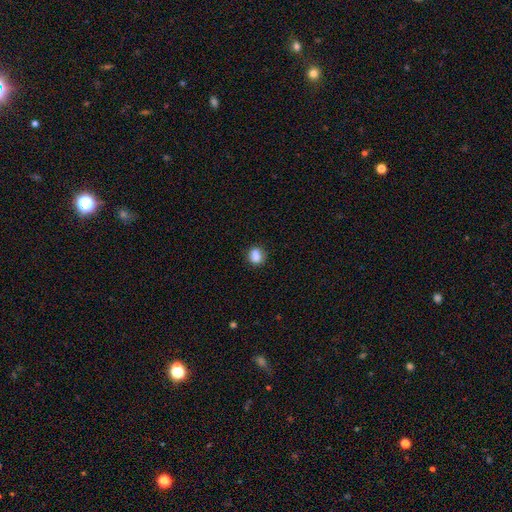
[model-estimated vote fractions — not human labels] Smooth or featured?
  - smooth: 83% *
  - star or artifact: 9%
  - featured or disk: 7%
How rounded?
  - round: 58% *
  - in between: 41%
  - cigar-shaped: 2%
Merging?
  - none: 73% *
  - minor disturbance: 16%
  - merger: 7%
  - major disturbance: 4%